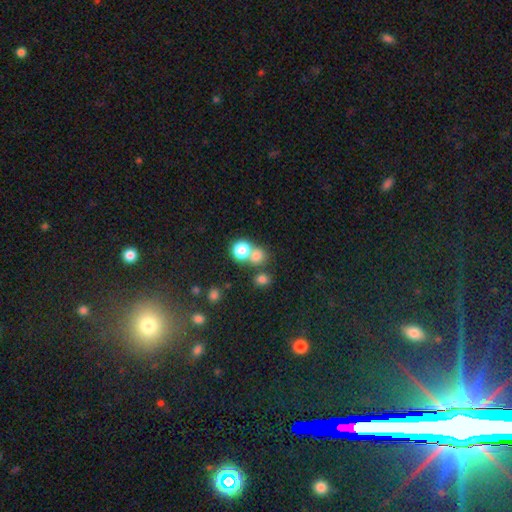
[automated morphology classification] A smooth galaxy with no disk features (75%) that is round (82%). Merging: none (47%).